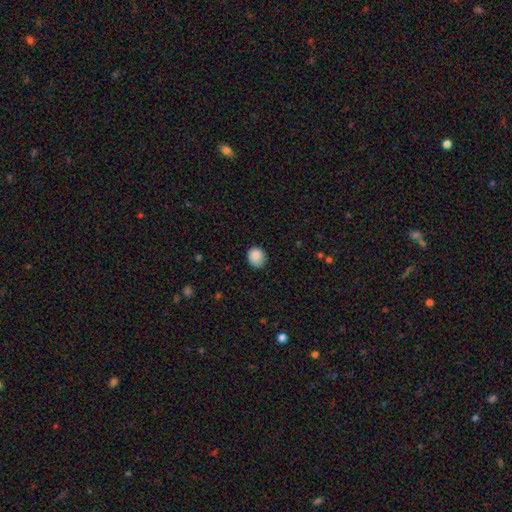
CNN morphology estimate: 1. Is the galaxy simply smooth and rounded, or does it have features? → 87% smooth, 9% star or artifact, 4% featured or disk.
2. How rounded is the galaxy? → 70% round, 29% in between, 1% cigar-shaped.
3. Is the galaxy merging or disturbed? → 76% none, 19% minor disturbance, 3% major disturbance, 1% merger.